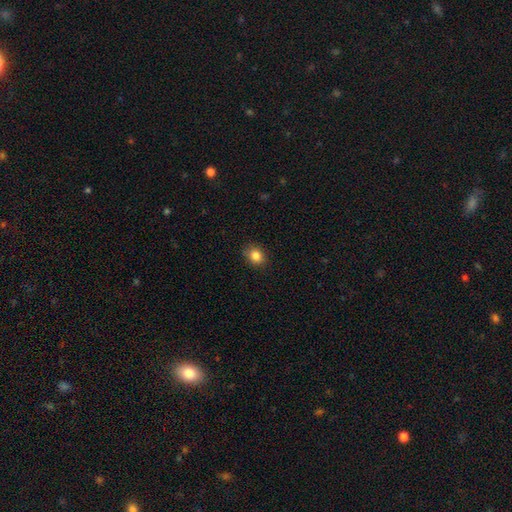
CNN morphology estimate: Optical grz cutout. It shows a smooth galaxy with no disk features (84%) that is round (59%). Merging: none (85%).